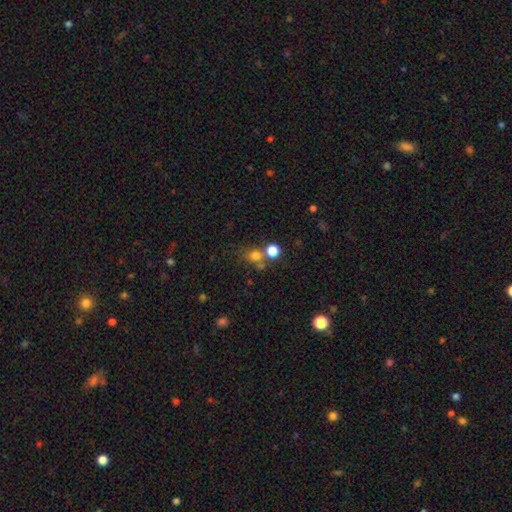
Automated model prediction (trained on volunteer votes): Q: Smooth or featured?
A: smooth (73%); runner-up: star or artifact (18%)
Q: How rounded?
A: round (75%); runner-up: in between (23%)
Q: Merging?
A: none (54%); runner-up: merger (30%)